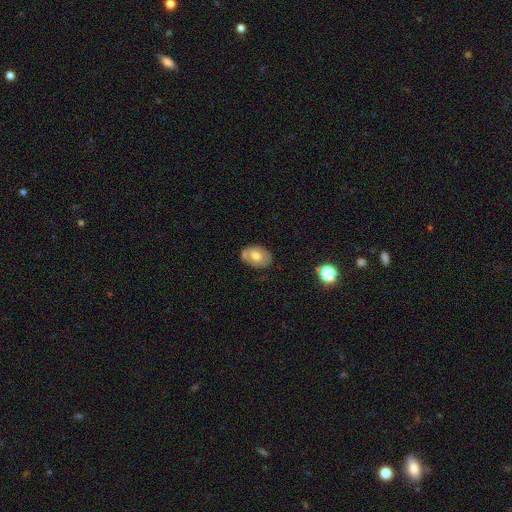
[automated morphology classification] This is possibly a smooth galaxy (54%). How rounded: likely in between (79%). Merging: likely none (67%).